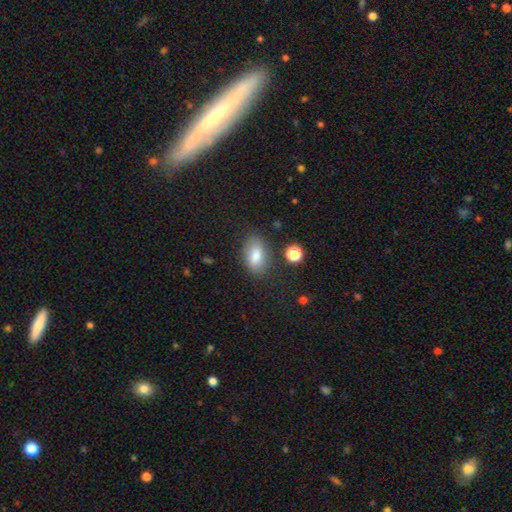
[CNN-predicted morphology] Overall: smooth (81%). How rounded: in between (90%). Merging: none (78%).